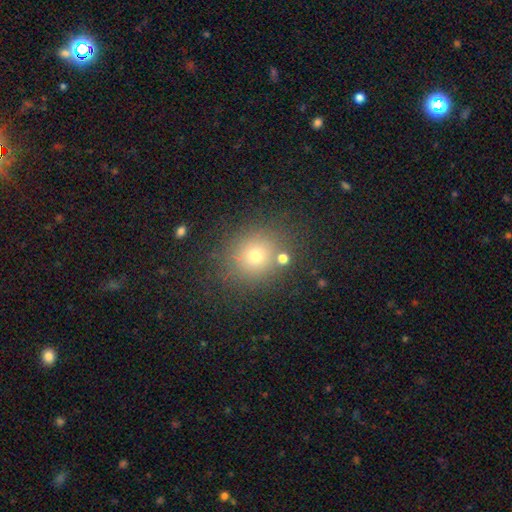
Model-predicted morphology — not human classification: smooth_or_featured: smooth (p=0.71) [alt: star or artifact p=0.18]
how_rounded: round (p=0.83) [alt: in between p=0.16]
merging: none (p=0.79) [alt: minor disturbance p=0.10]